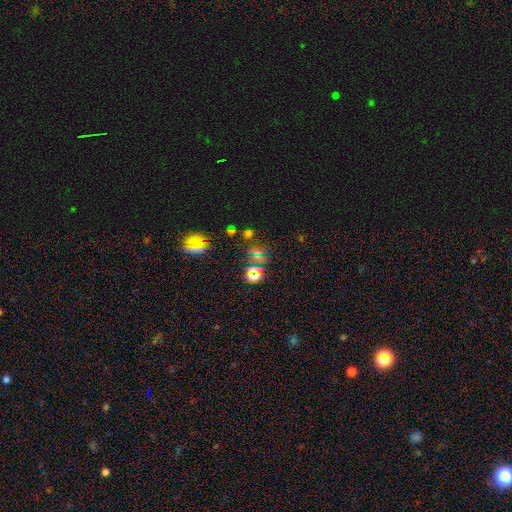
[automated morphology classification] Q: Smooth or featured?
A: star or artifact (65%); runner-up: smooth (24%)